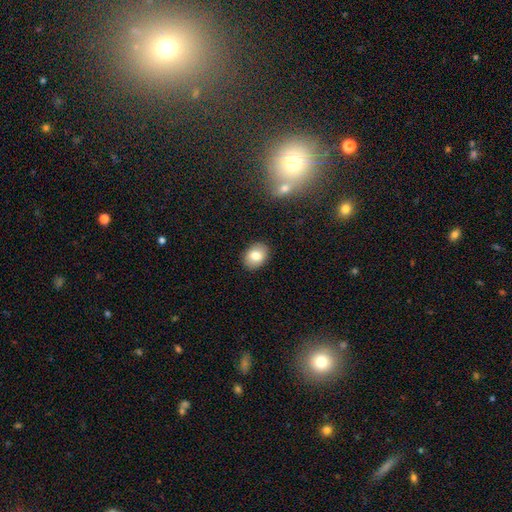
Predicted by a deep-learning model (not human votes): Overall: smooth (80%). How rounded: in between (67%; round 32%). Merging: none (89%).